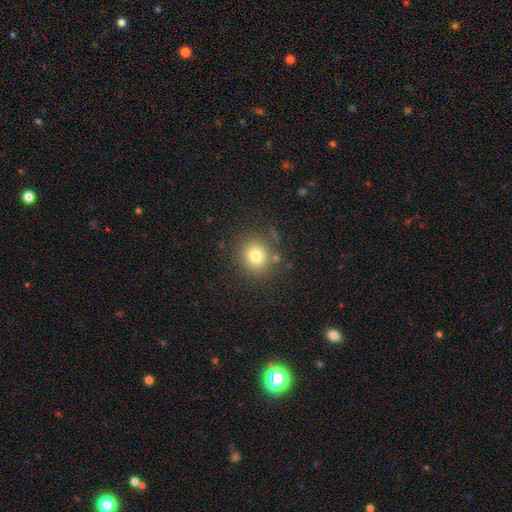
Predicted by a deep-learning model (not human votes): Smooth or featured?
  - smooth: 77% *
  - star or artifact: 14%
  - featured or disk: 10%
How rounded?
  - round: 82% *
  - in between: 17%
  - cigar-shaped: 1%
Merging?
  - none: 82% *
  - minor disturbance: 10%
  - merger: 4%
  - major disturbance: 4%